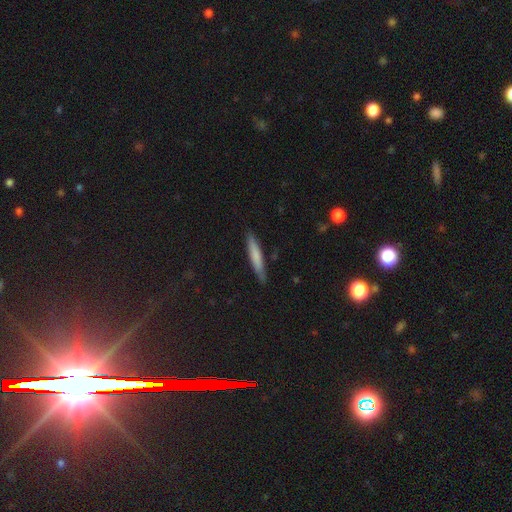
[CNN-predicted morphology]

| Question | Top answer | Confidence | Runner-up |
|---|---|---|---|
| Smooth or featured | smooth | 71% | featured or disk (23%) |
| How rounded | cigar-shaped | 93% | in between (6%) |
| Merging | none | 85% | minor disturbance (12%) |